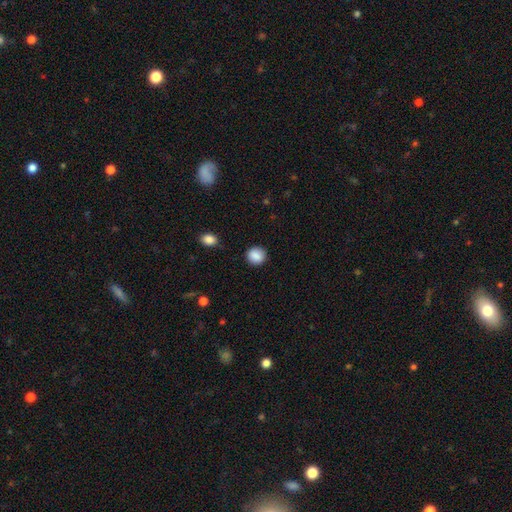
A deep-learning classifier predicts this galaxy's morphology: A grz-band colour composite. It shows a smooth galaxy with no disk features (89%) that is round (87%). Merging: none (89%).